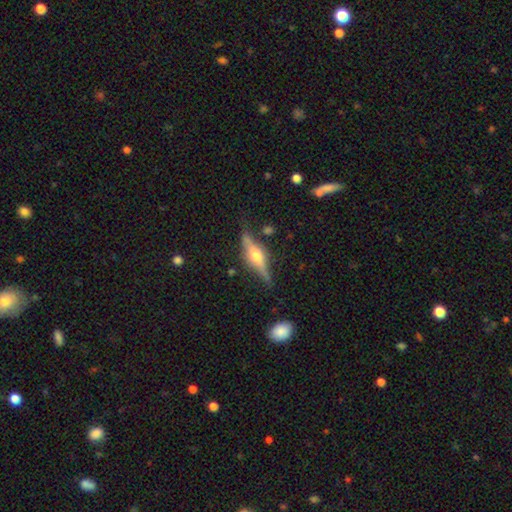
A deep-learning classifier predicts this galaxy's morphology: Smooth or featured: featured or disk — 73% (smooth — 20%)
Edge-on disk: yes — 95% (no — 5%)
Edge-on bulge: rounded — 93% (boxy — 5%)
Merging: none — 80% (minor disturbance — 13%)